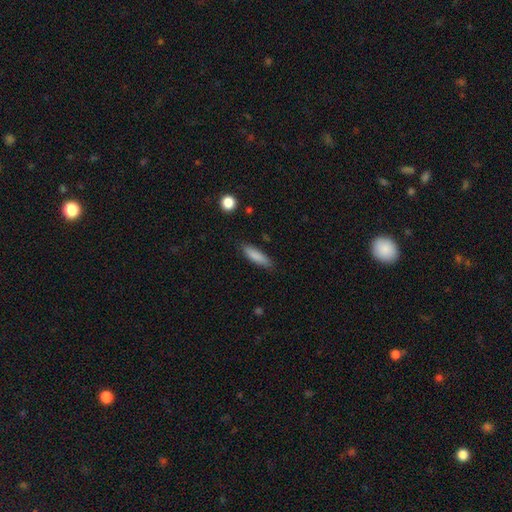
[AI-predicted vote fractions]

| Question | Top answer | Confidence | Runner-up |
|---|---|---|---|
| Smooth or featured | smooth | 83% | featured or disk (10%) |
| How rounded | cigar-shaped | 66% | in between (32%) |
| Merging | none | 83% | minor disturbance (13%) |